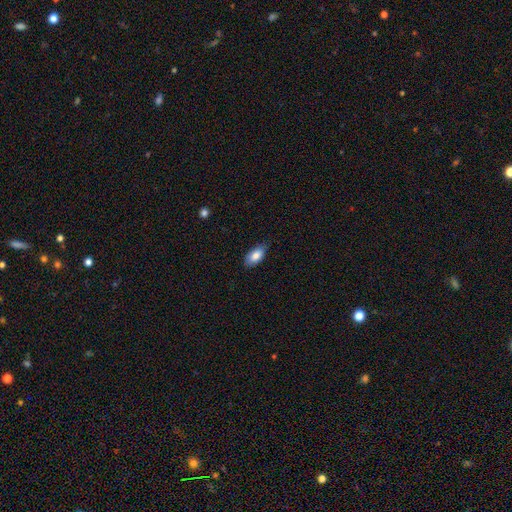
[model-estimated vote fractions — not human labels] This appears to be a smooth galaxy with no disk features (83%) that is in between round and cigar-shaped (91%). Merging: none (74%).